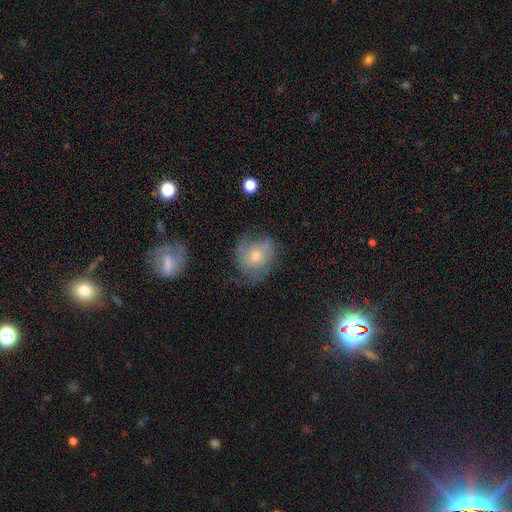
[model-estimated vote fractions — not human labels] Q: Smooth or featured?
A: featured or disk (58%); runner-up: smooth (29%)
Q: Edge-on disk?
A: no (96%); runner-up: yes (4%)
Q: Bar?
A: no (77%); runner-up: weak (19%)
Q: Spiral arms?
A: yes (83%); runner-up: no (17%)
Q: Bulge size?
A: moderate (49%); runner-up: small (47%)
Q: Merging?
A: none (60%); runner-up: minor disturbance (24%)